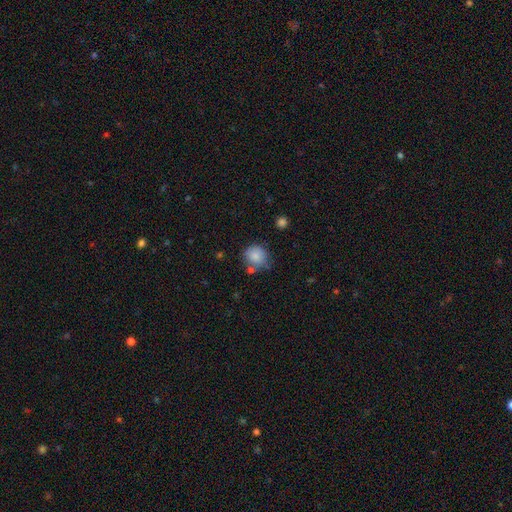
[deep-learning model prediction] Smooth or featured: smooth — 85% (star or artifact — 9%)
How rounded: round — 86% (in between — 13%)
Merging: none — 68% (minor disturbance — 17%)